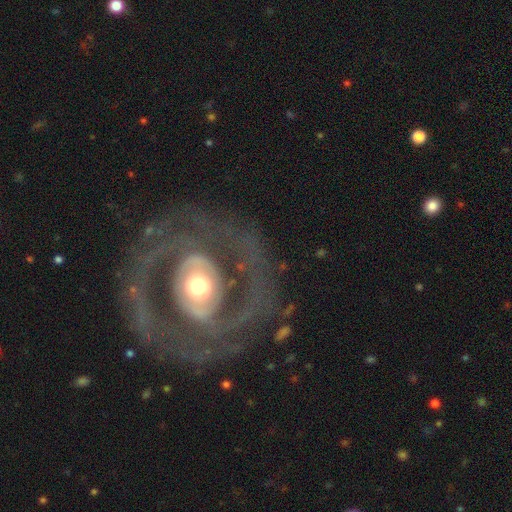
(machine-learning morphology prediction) This is clearly a featured or disk galaxy (85%). It is clearly not viewed edge-on (96%). Bar: possibly no (48%). Spiral arm pattern: likely yes (80%). Spiral arm count: likely 2 (66%). Spiral winding: possibly tight (54%). Central bulge: possibly moderate (59%). Merging: likely none (79%).